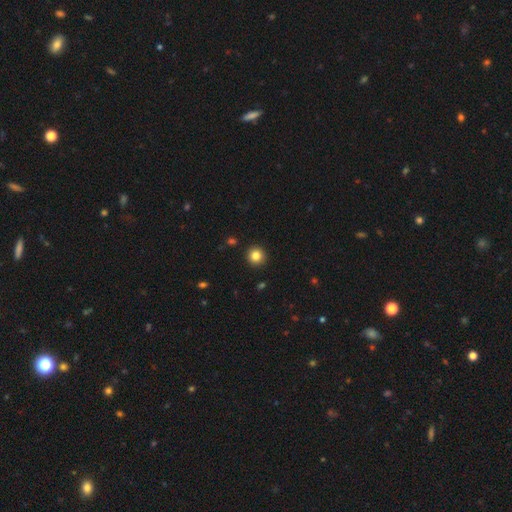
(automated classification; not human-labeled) Smooth or featured?
  - smooth: 84% *
  - star or artifact: 11%
  - featured or disk: 5%
How rounded?
  - round: 94% *
  - in between: 5%
  - cigar-shaped: 1%
Merging?
  - none: 93% *
  - minor disturbance: 4%
  - major disturbance: 2%
  - merger: 1%